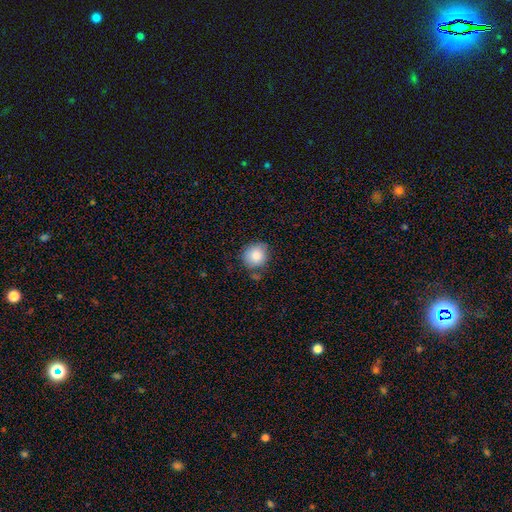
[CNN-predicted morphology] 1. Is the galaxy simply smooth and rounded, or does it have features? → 85% smooth, 8% star or artifact, 7% featured or disk.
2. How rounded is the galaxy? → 84% round, 15% in between, 1% cigar-shaped.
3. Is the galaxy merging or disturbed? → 73% none, 18% minor disturbance, 5% merger, 4% major disturbance.